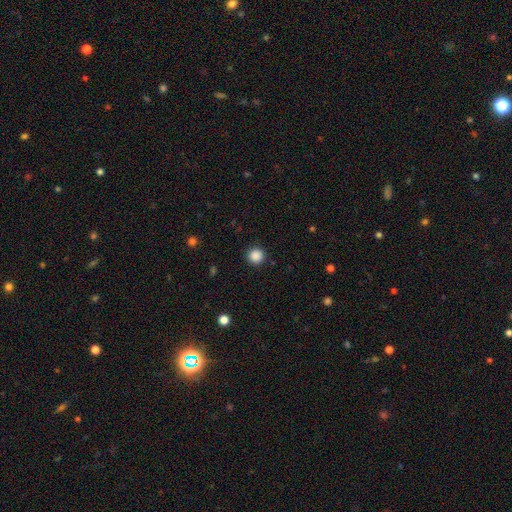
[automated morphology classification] smooth-or-featured: smooth: 87% | star or artifact: 10% | featured or disk: 2%
  how-rounded: round: 95% | in between: 4% | cigar-shaped: 1%
  merging: none: 92% | minor disturbance: 5% | major disturbance: 2% | merger: 1%